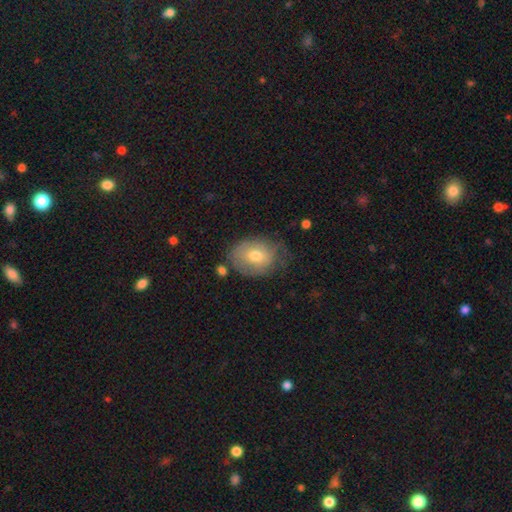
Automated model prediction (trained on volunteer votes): Smooth or featured?
  - smooth: 64% *
  - featured or disk: 28%
  - star or artifact: 8%
How rounded?
  - in between: 60% *
  - round: 39%
  - cigar-shaped: 1%
Merging?
  - none: 55% *
  - minor disturbance: 31%
  - major disturbance: 10%
  - merger: 3%